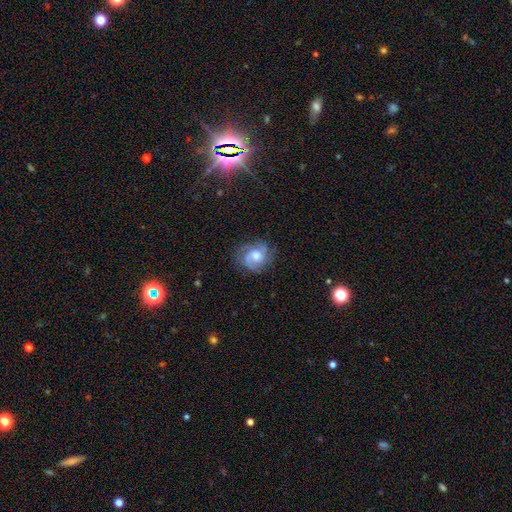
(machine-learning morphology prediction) Smooth or featured? Predicted: featured or disk (p=0.73). Edge-on disk? Predicted: no (p=0.97). Bar? Predicted: no (p=0.64). Spiral arms? Predicted: yes (p=0.94). Spiral winding? Predicted: medium (p=0.44). Spiral arm count? Predicted: 2 (p=0.41). Bulge size? Predicted: moderate (p=0.65). Merging? Predicted: none (p=0.73).